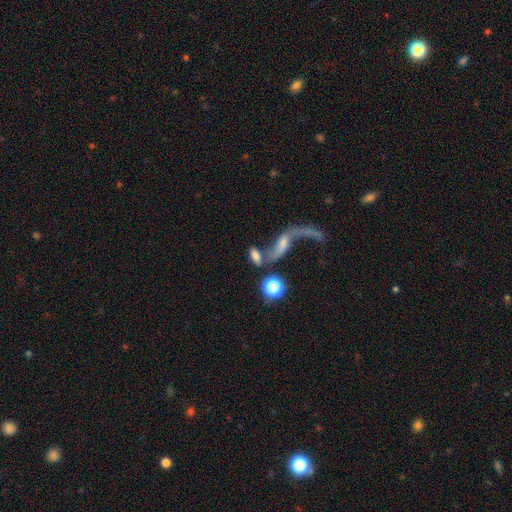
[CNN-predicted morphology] Smooth or featured? smooth (53%)
How rounded? in between (70%)
Merging? merger (42%)